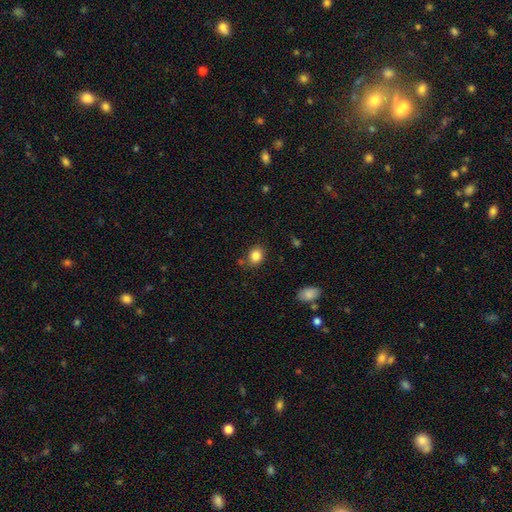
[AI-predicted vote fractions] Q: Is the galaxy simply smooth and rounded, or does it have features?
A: smooth — 85%.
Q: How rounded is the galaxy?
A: round — 59%.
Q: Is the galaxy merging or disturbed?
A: none — 78%.